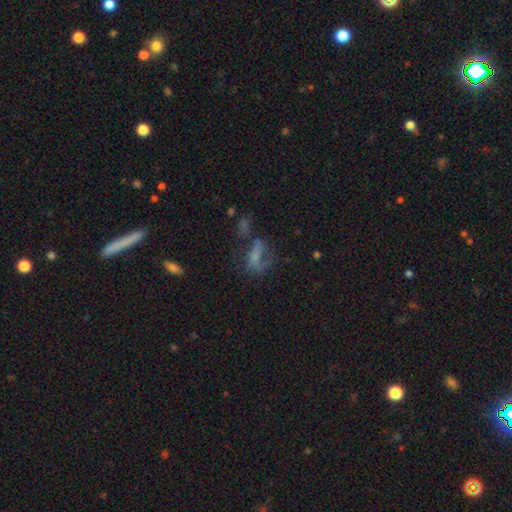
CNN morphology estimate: Smooth or featured? Predicted: featured or disk (p=0.43). Merging? Predicted: major disturbance (p=0.38).